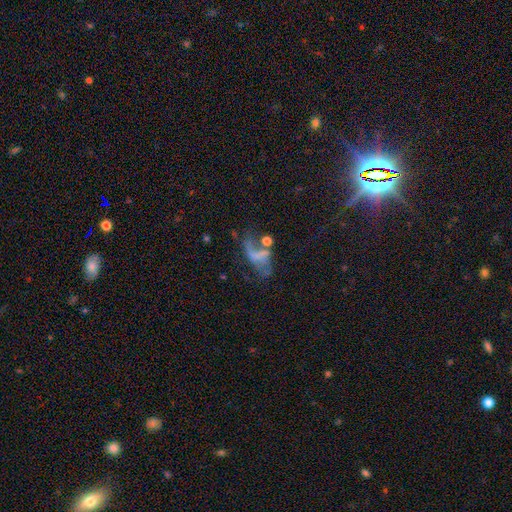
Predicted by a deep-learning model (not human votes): Smooth or featured? Predicted: featured or disk (p=0.57). Edge-on disk? Predicted: no (p=0.96). Bar? Predicted: no (p=0.61). Spiral arms? Predicted: yes (p=0.53). Bulge size? Predicted: none (p=0.69). Merging? Predicted: major disturbance (p=0.41).